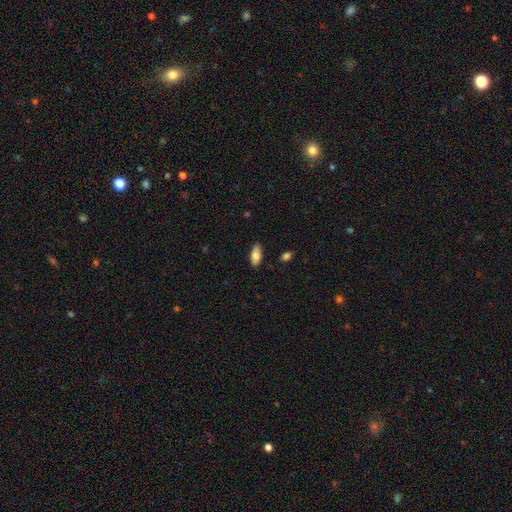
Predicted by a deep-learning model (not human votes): A smooth galaxy with no disk features (78%) that is in between round and cigar-shaped (88%). Merging: none (85%).